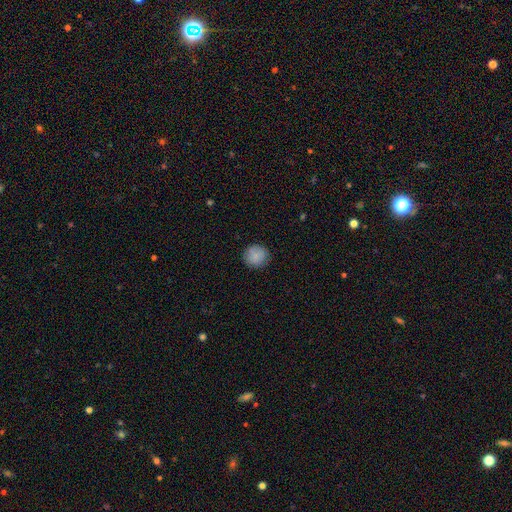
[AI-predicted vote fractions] Smooth or featured: smooth — 86% (star or artifact — 8%)
How rounded: round — 91% (in between — 8%)
Merging: none — 88% (minor disturbance — 9%)